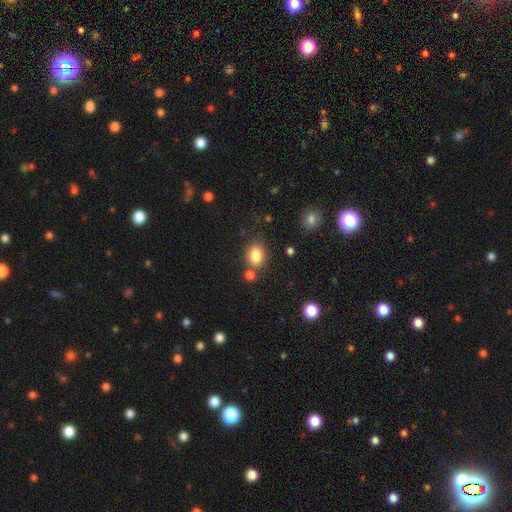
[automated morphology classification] A smooth galaxy with no disk features (83%) that is in between round and cigar-shaped (50%). Merging: none (70%).